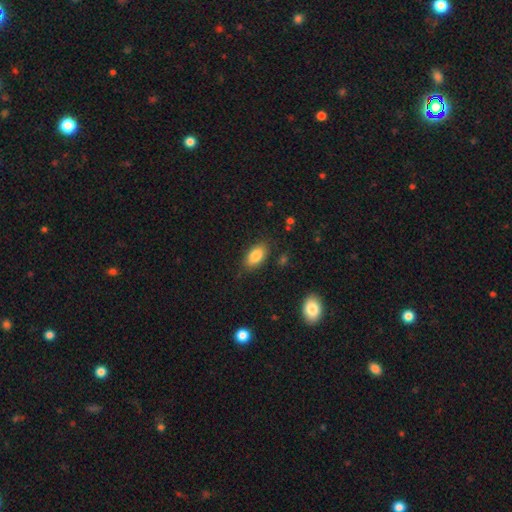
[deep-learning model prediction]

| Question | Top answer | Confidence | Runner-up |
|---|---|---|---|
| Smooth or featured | smooth | 84% | featured or disk (8%) |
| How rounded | in between | 91% | round (5%) |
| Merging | none | 83% | minor disturbance (13%) |